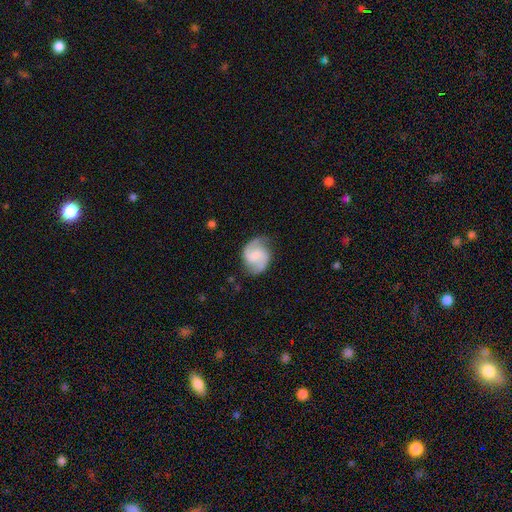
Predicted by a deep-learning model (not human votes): Smooth or featured? featured or disk (80%)
Edge-on disk? no (98%)
Bar? weak (47%)
Spiral arms? yes (97%)
Spiral winding? medium (54%)
Spiral arm count? 2 (91%)
Bulge size? small (35%)
Merging? none (77%)